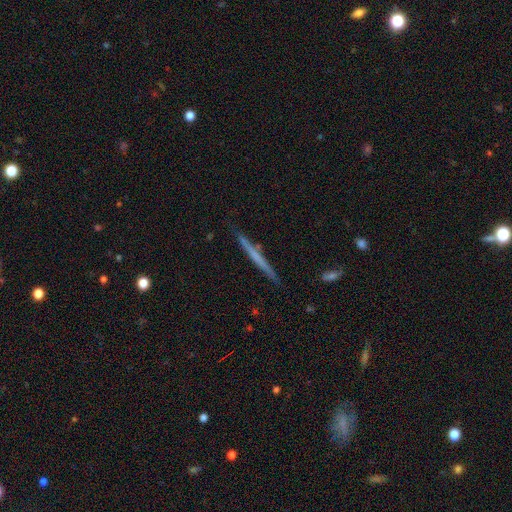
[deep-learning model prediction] smooth_or_featured: featured or disk (p=0.52) [alt: smooth p=0.43]
disk_edge_on: yes (p=0.97) [alt: no p=0.03]
merging: none (p=0.88) [alt: minor disturbance p=0.09]